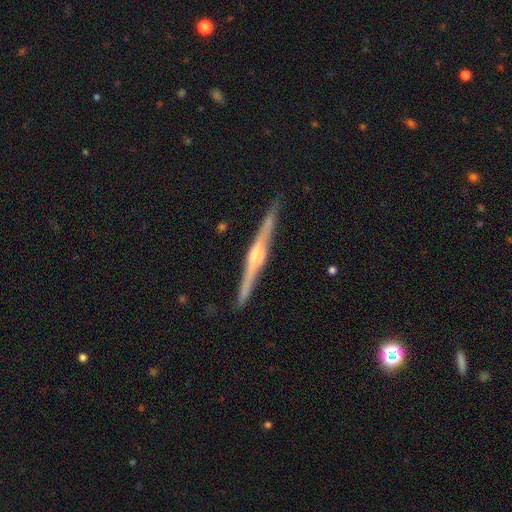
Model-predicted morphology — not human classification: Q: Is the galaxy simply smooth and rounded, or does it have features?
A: featured or disk — 81%.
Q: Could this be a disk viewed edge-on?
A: yes — 98%.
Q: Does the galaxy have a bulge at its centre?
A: rounded — 69%.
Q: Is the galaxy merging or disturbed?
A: none — 90%.